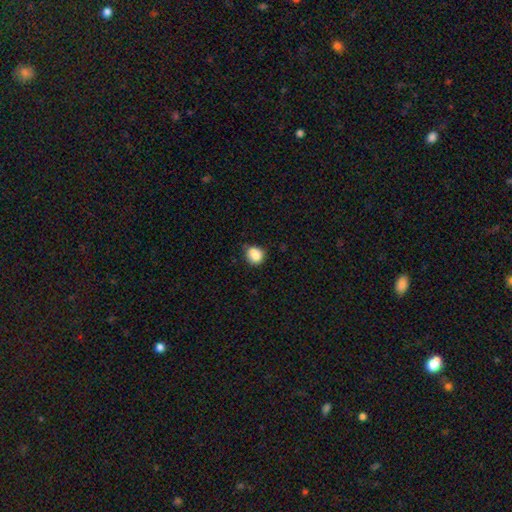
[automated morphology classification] Q: Smooth or featured?
A: smooth (84%); runner-up: star or artifact (9%)
Q: How rounded?
A: round (72%); runner-up: in between (27%)
Q: Merging?
A: none (60%); runner-up: minor disturbance (28%)